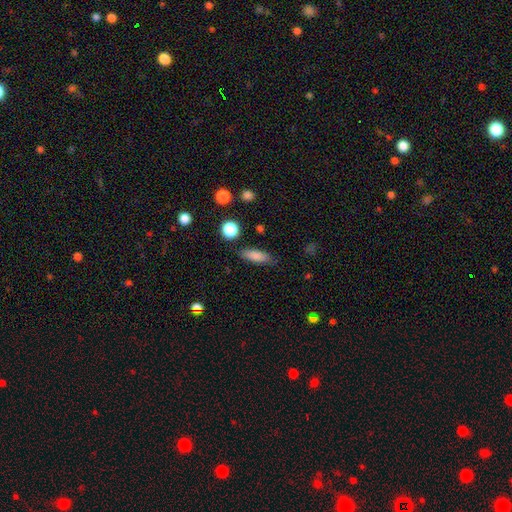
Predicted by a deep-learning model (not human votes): smooth-or-featured: smooth: 83% | featured or disk: 9% | star or artifact: 8%
  how-rounded: in between: 56% | cigar-shaped: 40% | round: 4%
  merging: none: 82% | minor disturbance: 12% | major disturbance: 3% | merger: 2%